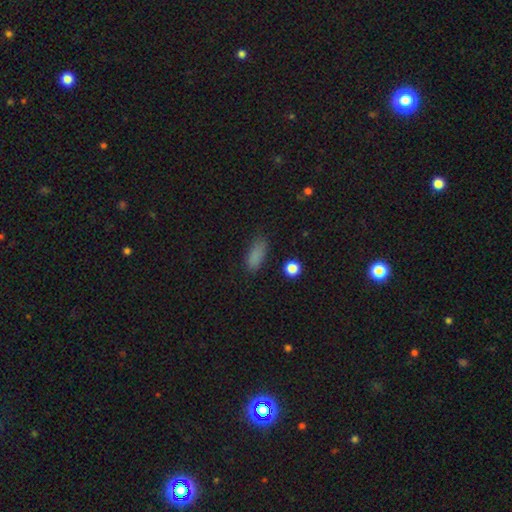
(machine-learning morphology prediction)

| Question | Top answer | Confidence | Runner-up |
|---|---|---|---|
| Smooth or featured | smooth | 82% | star or artifact (13%) |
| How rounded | in between | 72% | cigar-shaped (23%) |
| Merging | none | 78% | minor disturbance (16%) |